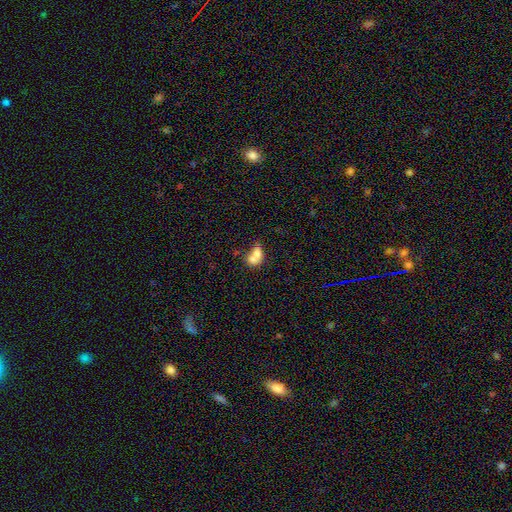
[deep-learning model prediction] smooth-or-featured: smooth: 68% | featured or disk: 23% | star or artifact: 9%
  how-rounded: in between: 59% | round: 39% | cigar-shaped: 2%
  merging: merger: 69% | none: 18% | minor disturbance: 7% | major disturbance: 5%